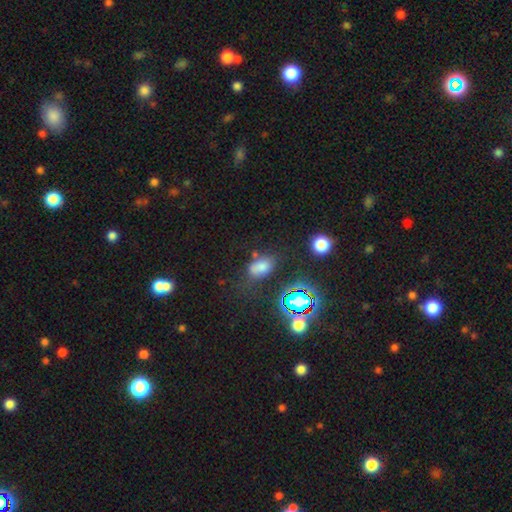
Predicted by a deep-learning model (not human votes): This appears to be a smooth galaxy with no disk features (56%) that is in between round and cigar-shaped (79%). Merging: none (64%).